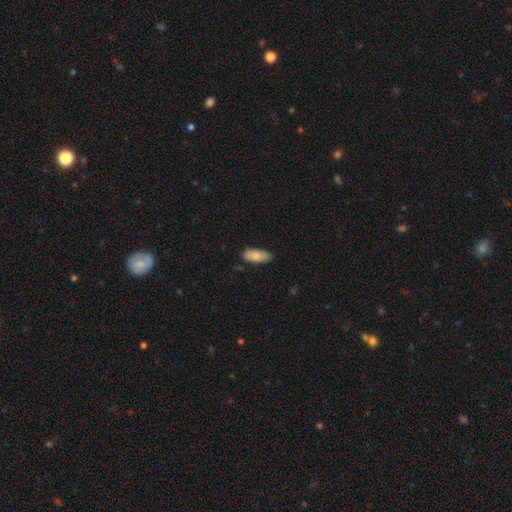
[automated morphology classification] smooth-or-featured: smooth: 84% | featured or disk: 10% | star or artifact: 6%
  how-rounded: in between: 86% | cigar-shaped: 12% | round: 2%
  merging: none: 80% | minor disturbance: 16% | major disturbance: 2% | merger: 1%